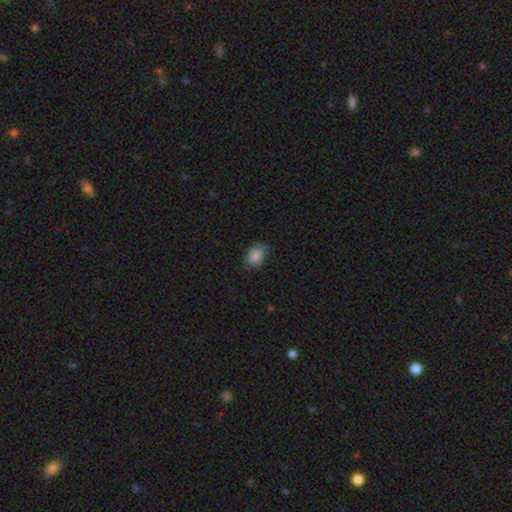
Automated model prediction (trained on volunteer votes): Smooth or featured?
  - smooth: 86% *
  - star or artifact: 8%
  - featured or disk: 6%
How rounded?
  - in between: 80% *
  - round: 19%
  - cigar-shaped: 1%
Merging?
  - none: 77% *
  - minor disturbance: 18%
  - major disturbance: 4%
  - merger: 1%